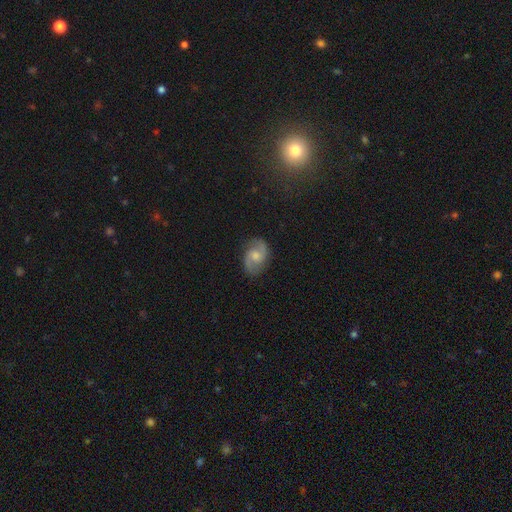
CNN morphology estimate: Smooth or featured: featured or disk — 77% (smooth — 17%)
Edge-on disk: no — 98% (yes — 2%)
Bar: no — 48% (weak — 46%)
Spiral arms: yes — 95% (no — 5%)
Spiral winding: medium — 51% (loose — 35%)
Spiral arm count: 2 — 92% (can't tell — 4%)
Bulge size: moderate — 51% (small — 36%)
Merging: none — 82% (minor disturbance — 13%)